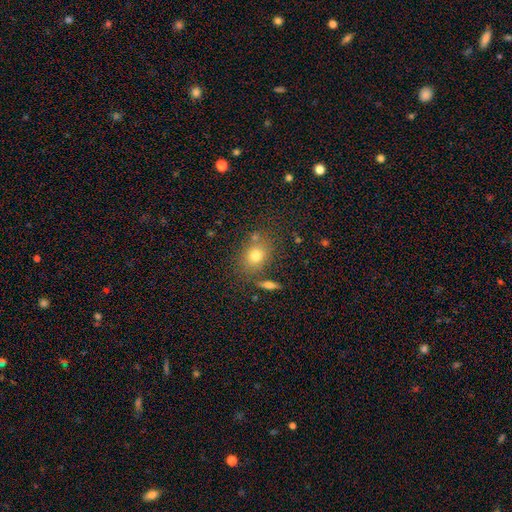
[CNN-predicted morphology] Overall: smooth (75%). How rounded: in between (52%; round 47%). Merging: none (73%).